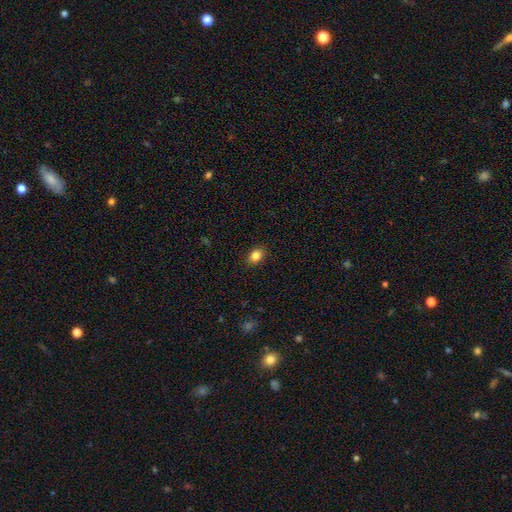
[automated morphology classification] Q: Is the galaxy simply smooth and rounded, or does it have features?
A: smooth — 85%.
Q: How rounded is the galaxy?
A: in between — 66%.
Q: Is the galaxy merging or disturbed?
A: none — 89%.